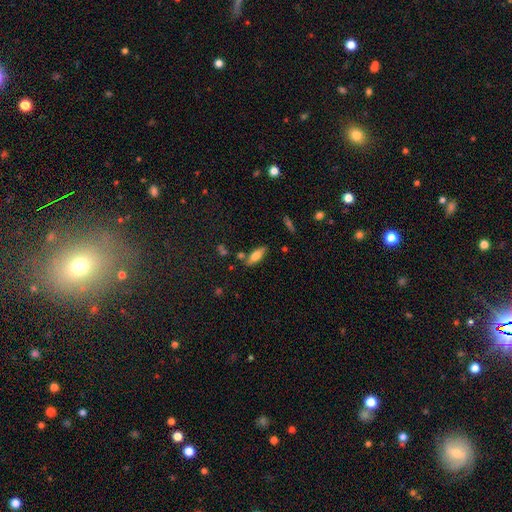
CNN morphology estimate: The model was most divided on "how rounded": in between: 67%, cigar-shaped: 31%, round: 2%. More confident: merging — none (77%); smooth or featured — smooth (68%).